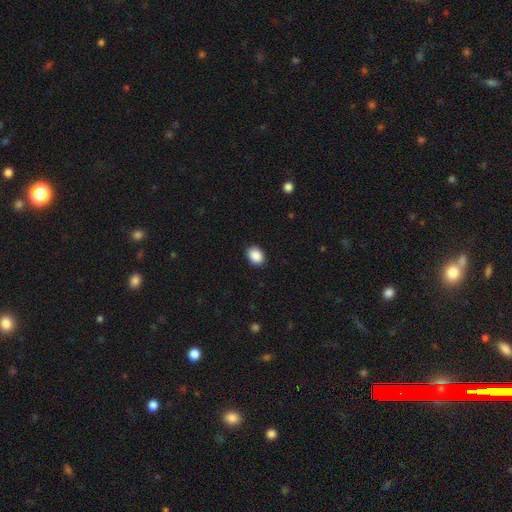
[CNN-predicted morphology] This is clearly a smooth galaxy (90%). How rounded: likely in between (64%). Merging: clearly none (89%).